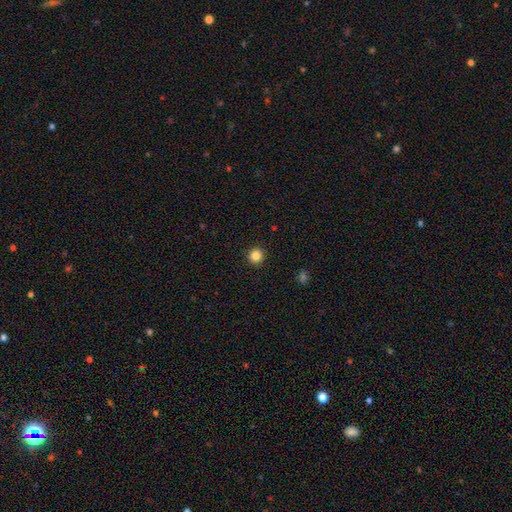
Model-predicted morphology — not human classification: Smooth or featured? smooth (85%)
How rounded? round (94%)
Merging? none (93%)